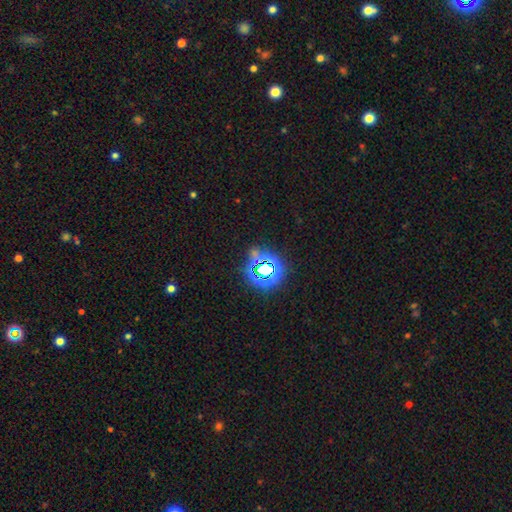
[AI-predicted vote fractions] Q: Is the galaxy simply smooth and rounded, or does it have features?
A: star or artifact — 74%.